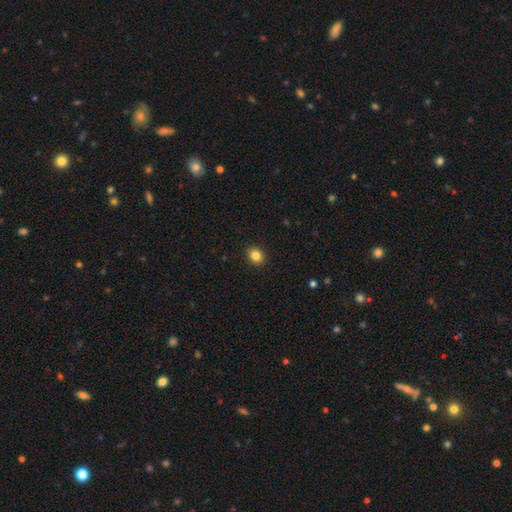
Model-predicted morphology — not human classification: Overall: smooth (85%). How rounded: round (67%; in between 32%). Merging: none (92%).